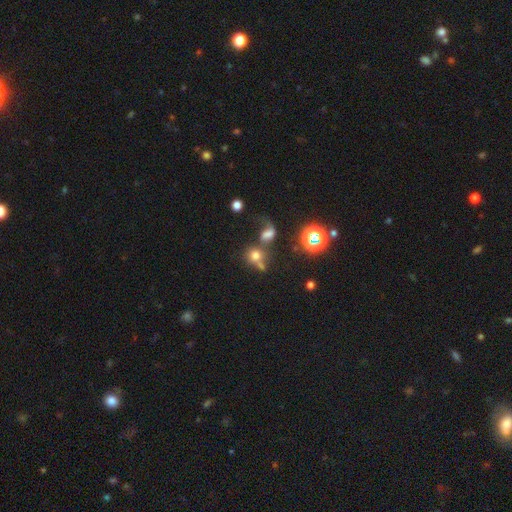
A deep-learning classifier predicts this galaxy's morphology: Smooth or featured? Predicted: smooth (p=0.65). How rounded? Predicted: round (p=0.78). Merging? Predicted: merger (p=0.39).